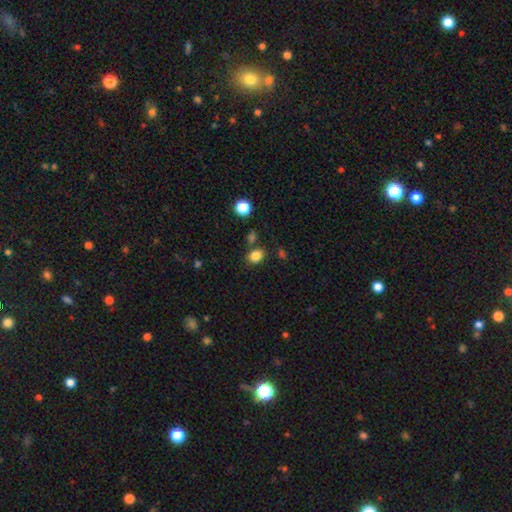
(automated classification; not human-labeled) This is clearly a smooth galaxy (83%). How rounded: possibly in between (52%). Merging: likely none (77%).